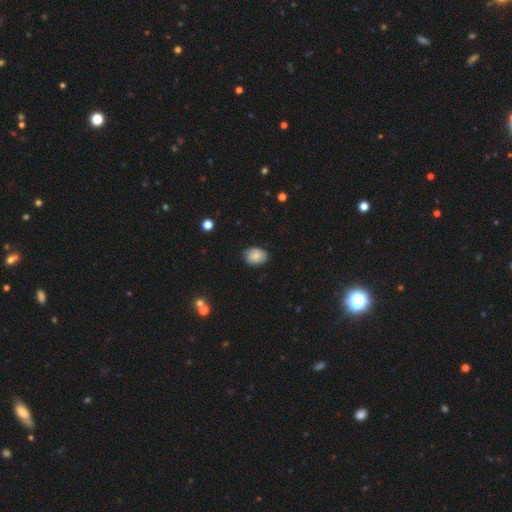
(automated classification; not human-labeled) The model was most divided on "how rounded": in between: 71%, round: 29%, cigar-shaped: 1%. More confident: smooth or featured — smooth (79%); merging — none (79%).